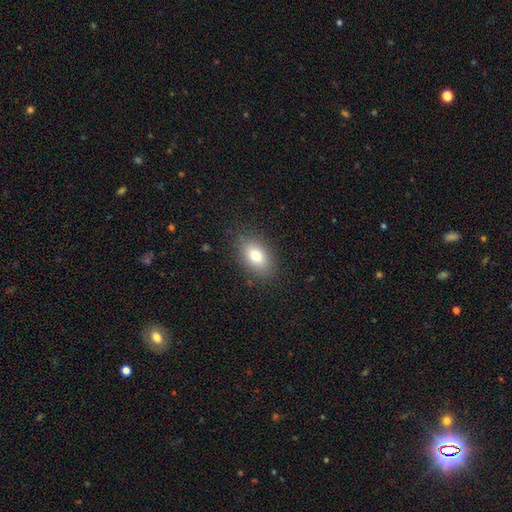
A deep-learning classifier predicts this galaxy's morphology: This appears to be a smooth galaxy with no disk features (78%) that is in between round and cigar-shaped (86%). Merging: none (83%).